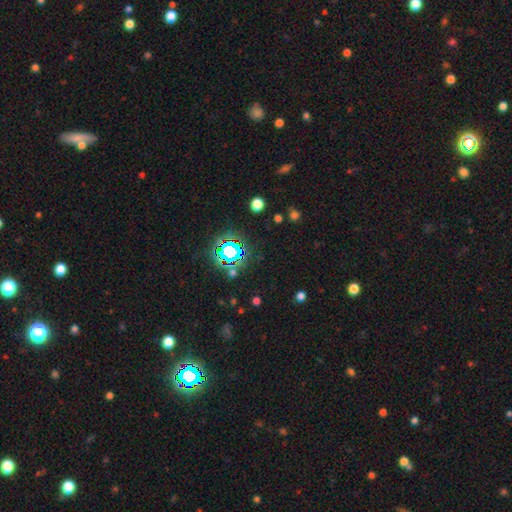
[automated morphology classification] smooth-or-featured: star or artifact: 78% | smooth: 14% | featured or disk: 8%